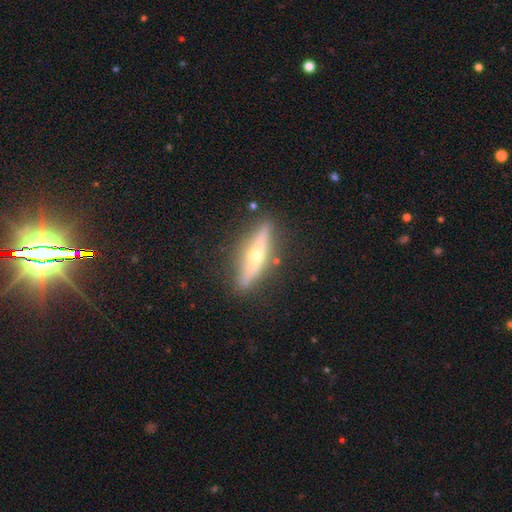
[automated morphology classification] Q: Smooth or featured?
A: featured or disk (70%); runner-up: smooth (23%)
Q: Edge-on disk?
A: yes (93%); runner-up: no (7%)
Q: Edge-on bulge?
A: rounded (92%); runner-up: none (6%)
Q: Merging?
A: none (86%); runner-up: minor disturbance (10%)